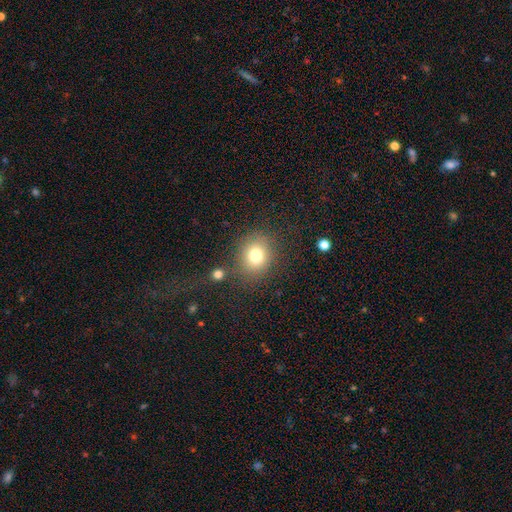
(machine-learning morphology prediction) smooth 78%, star or artifact 13%, featured or disk 9%. Down the decision tree: how rounded — round (72%); merging — none (78%).